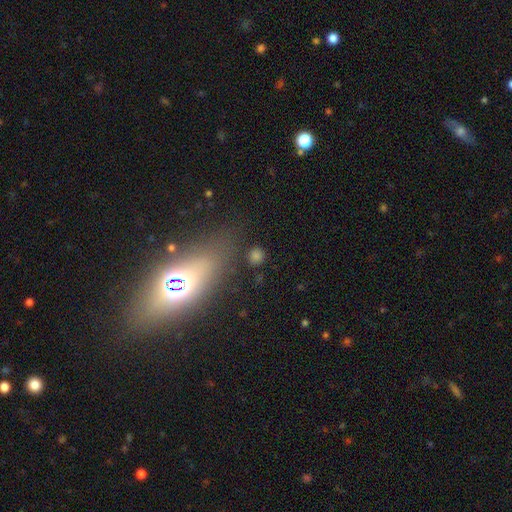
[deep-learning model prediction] smooth_or_featured: smooth (p=0.67) [alt: star or artifact p=0.25]
how_rounded: round (p=0.73) [alt: in between p=0.24]
merging: none (p=0.81) [alt: minor disturbance p=0.10]